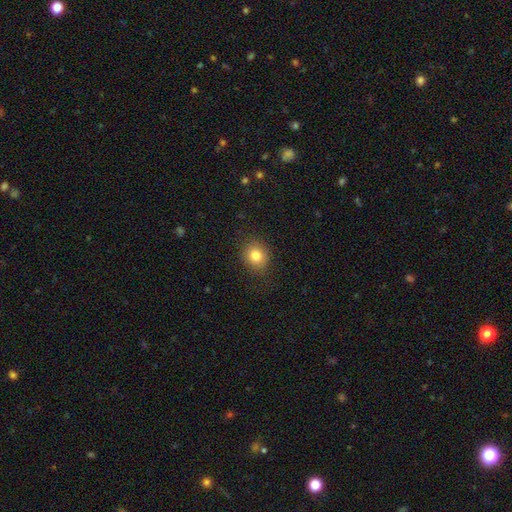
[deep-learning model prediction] Smooth or featured? smooth (81%)
How rounded? round (76%)
Merging? none (86%)